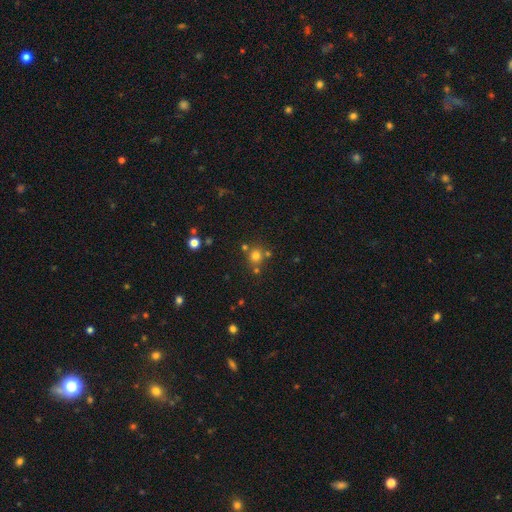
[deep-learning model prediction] Overall: smooth (72%). How rounded: round (88%). Merging: none (71%).